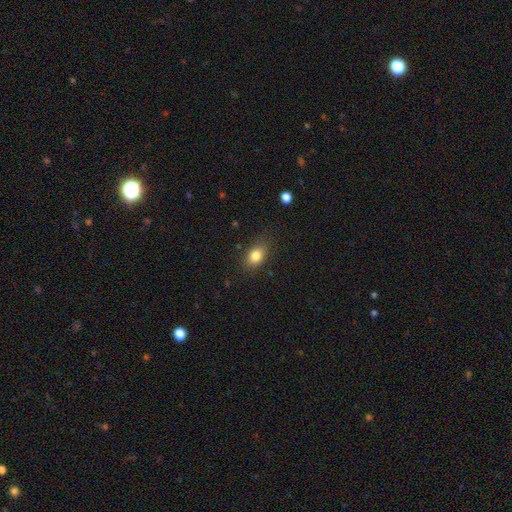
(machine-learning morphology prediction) smooth 83%, star or artifact 9%, featured or disk 8%. Down the decision tree: how rounded — in between (78%); merging — none (80%).